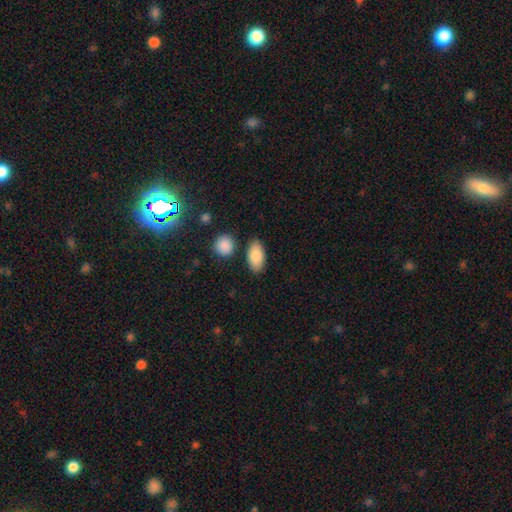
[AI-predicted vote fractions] The model was most divided on "merging": none: 82%, minor disturbance: 11%, merger: 5%, major disturbance: 3%. More confident: how rounded — in between (91%); smooth or featured — smooth (85%).